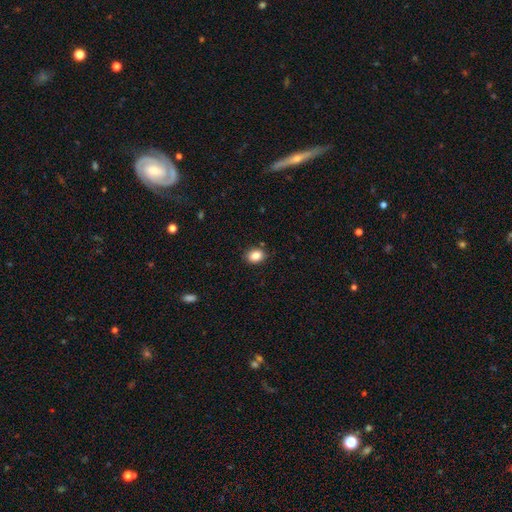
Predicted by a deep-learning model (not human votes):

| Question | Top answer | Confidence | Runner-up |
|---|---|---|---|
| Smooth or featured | smooth | 86% | star or artifact (9%) |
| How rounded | in between | 67% | round (32%) |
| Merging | none | 86% | minor disturbance (10%) |